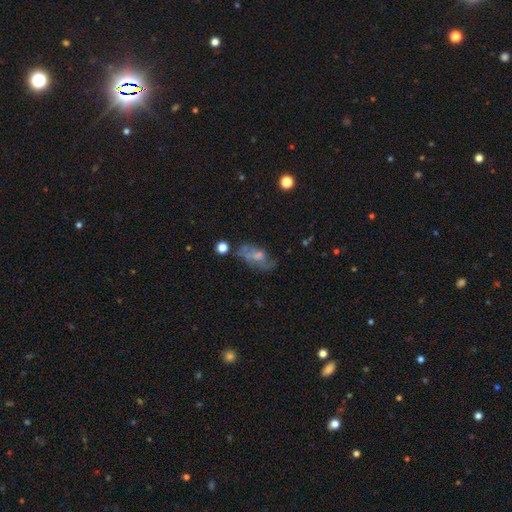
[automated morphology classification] Smooth or featured: featured or disk — 43% (tied with smooth — 43%)
Merging: none — 44% (minor disturbance — 24%)